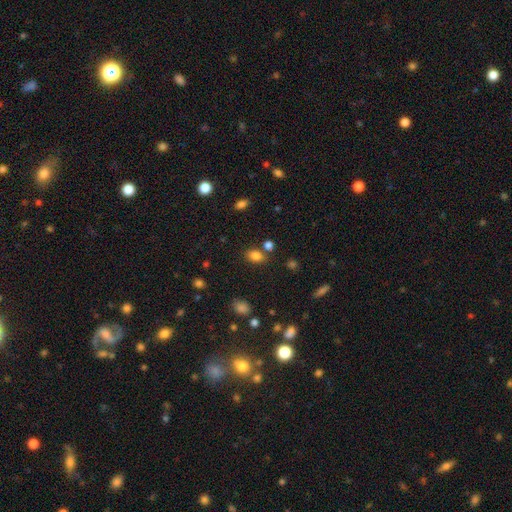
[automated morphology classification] Smooth or featured? smooth (81%)
How rounded? in between (78%)
Merging? none (70%)